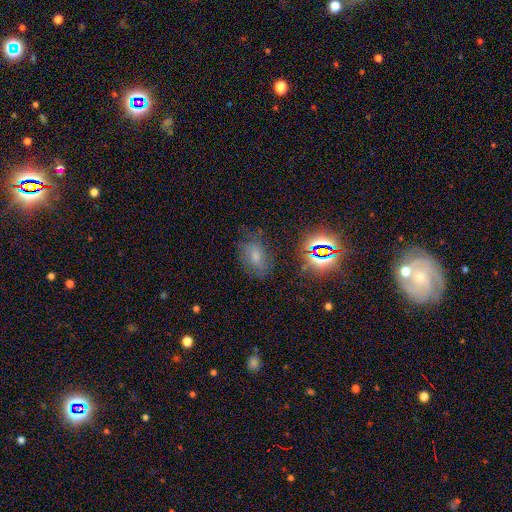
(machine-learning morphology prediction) Smooth or featured: smooth — 60% (star or artifact — 21%)
How rounded: in between — 83% (round — 15%)
Merging: none — 65% (minor disturbance — 21%)